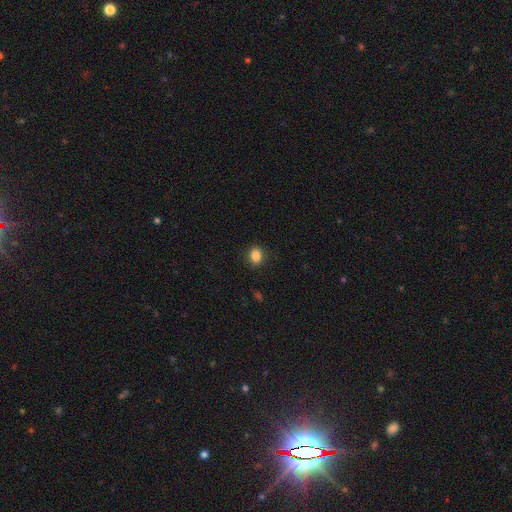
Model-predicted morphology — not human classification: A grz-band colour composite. It shows a smooth galaxy with no disk features (86%) that is round (52%). Merging: none (89%).